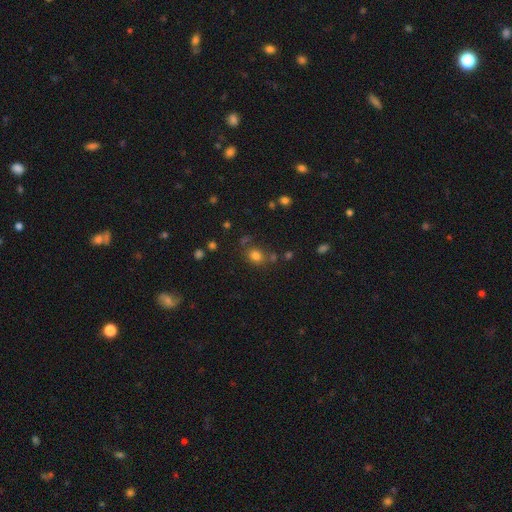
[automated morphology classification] The model was most divided on "how rounded": round: 63%, in between: 36%, cigar-shaped: 1%. More confident: smooth or featured — smooth (77%); merging — none (70%).